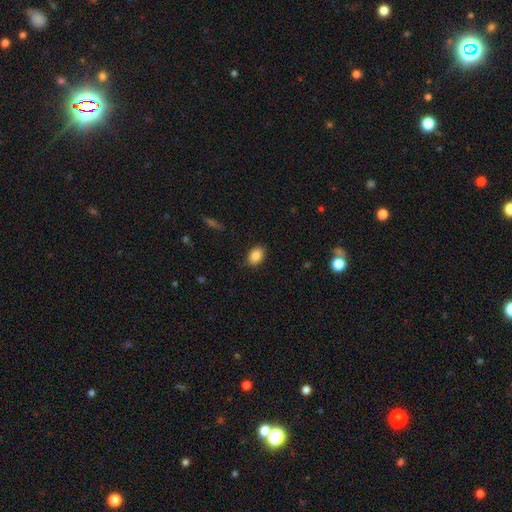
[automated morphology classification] Smooth or featured: smooth — 86% (star or artifact — 8%)
How rounded: in between — 83% (round — 16%)
Merging: none — 85% (minor disturbance — 11%)